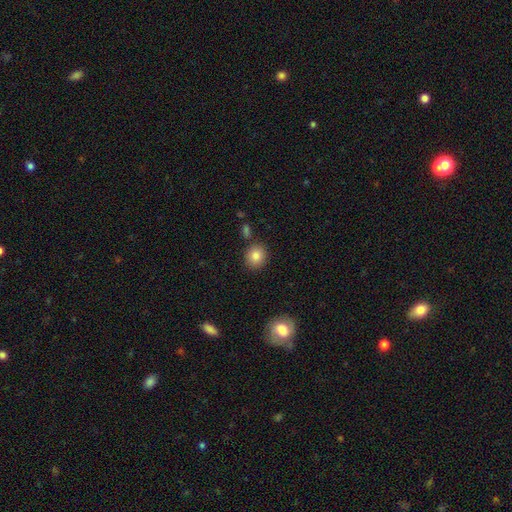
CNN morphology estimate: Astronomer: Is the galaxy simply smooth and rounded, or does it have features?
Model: smooth — 84%.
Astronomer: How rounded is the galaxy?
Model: round — 79%.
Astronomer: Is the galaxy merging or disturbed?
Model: none — 83%.